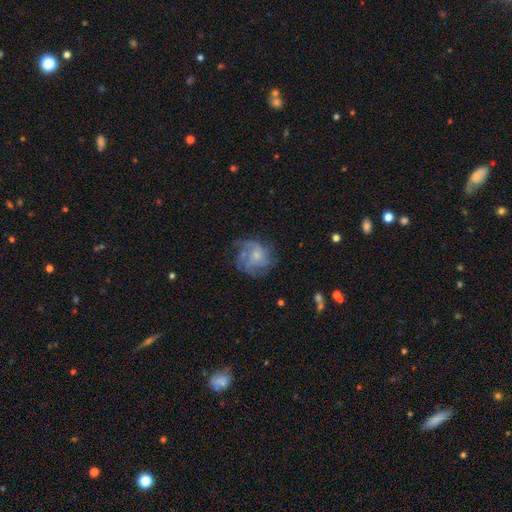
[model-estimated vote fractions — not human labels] Smooth or featured? featured or disk (73%)
Edge-on disk? no (98%)
Bar? no (76%)
Spiral arms? yes (87%)
Spiral winding? tight (42%)
Spiral arm count? can't tell (35%)
Bulge size? small (63%)
Merging? none (59%)